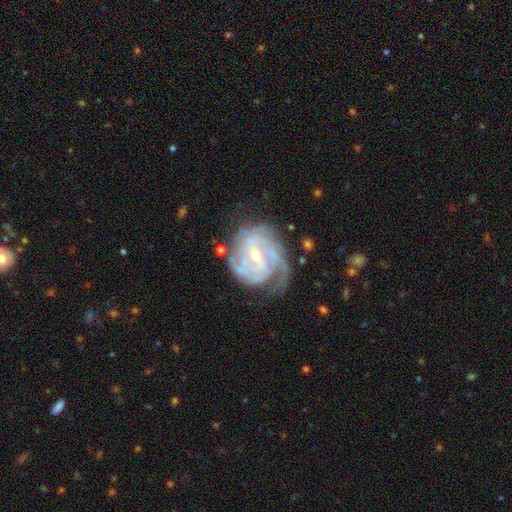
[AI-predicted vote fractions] A featured or disk galaxy (88%) with a weak bar (49%), tight (62%) spiral arms (97%) and a small central bulge (65%). Merging: none (64%).